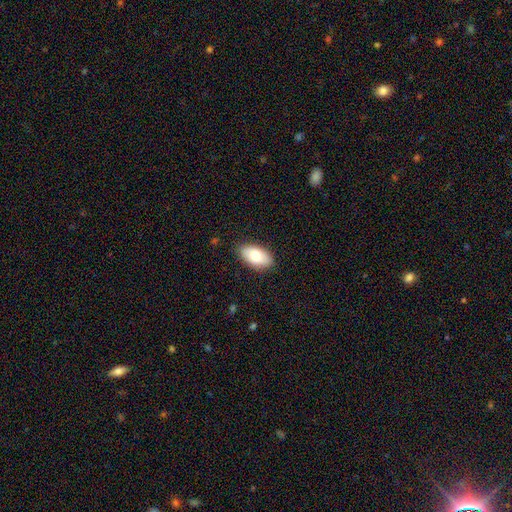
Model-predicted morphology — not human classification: smooth-or-featured: smooth: 79% | featured or disk: 15% | star or artifact: 6%
  how-rounded: in between: 94% | round: 3% | cigar-shaped: 3%
  merging: none: 85% | minor disturbance: 11% | major disturbance: 2% | merger: 1%